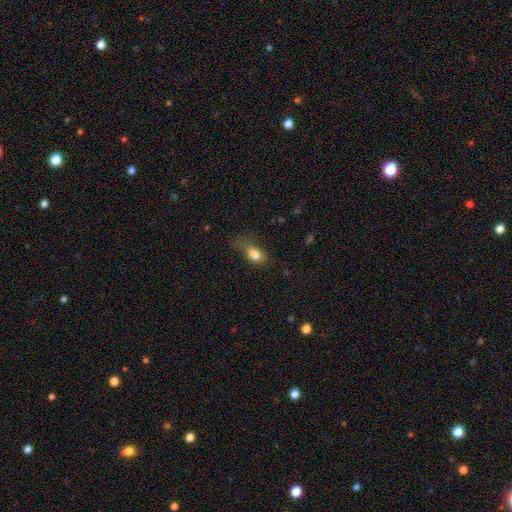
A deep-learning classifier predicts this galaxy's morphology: smooth 80%, featured or disk 10%, star or artifact 9%. Down the decision tree: how rounded — in between (78%); merging — none (39%).